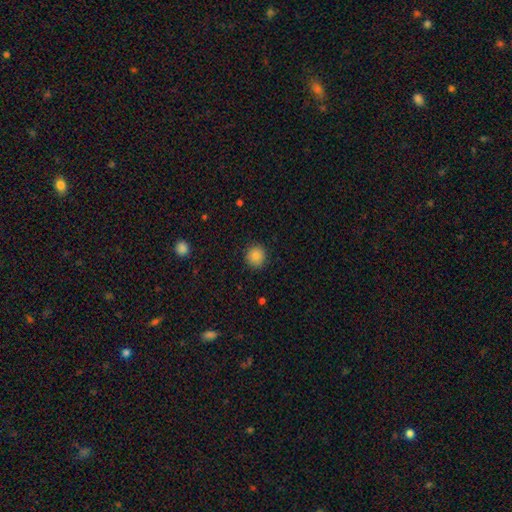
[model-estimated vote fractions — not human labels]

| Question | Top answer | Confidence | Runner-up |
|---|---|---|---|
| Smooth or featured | smooth | 87% | star or artifact (9%) |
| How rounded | round | 90% | in between (9%) |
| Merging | none | 90% | minor disturbance (7%) |